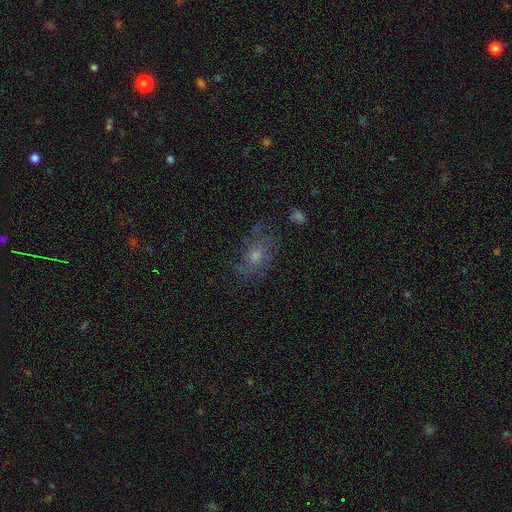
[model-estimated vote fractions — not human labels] This is possibly a featured or disk galaxy (46%). Merging: likely none (60%).